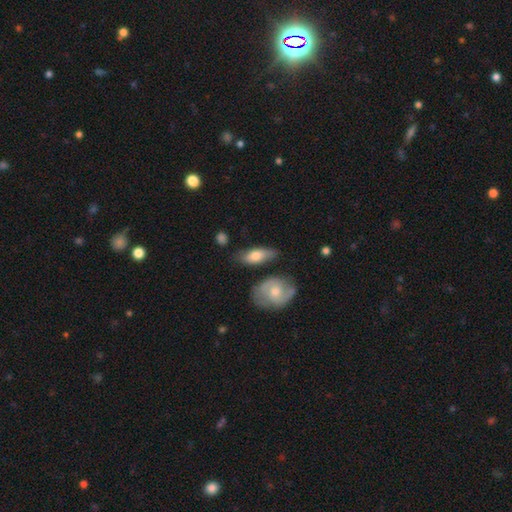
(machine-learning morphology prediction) Smooth or featured? Predicted: smooth (p=0.69). How rounded? Predicted: in between (p=0.77). Merging? Predicted: none (p=0.69).